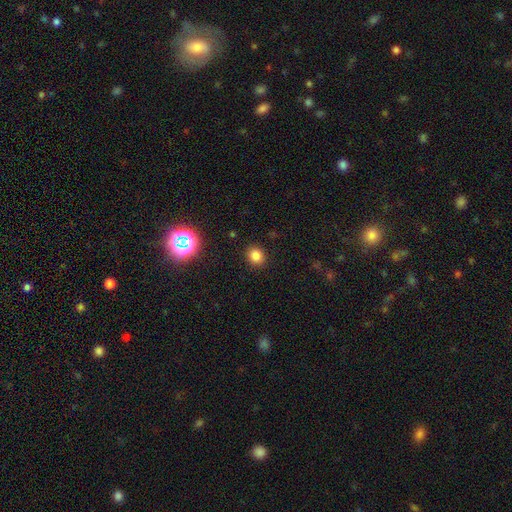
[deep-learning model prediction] Overall: smooth (81%). How rounded: round (70%). Merging: none (89%).